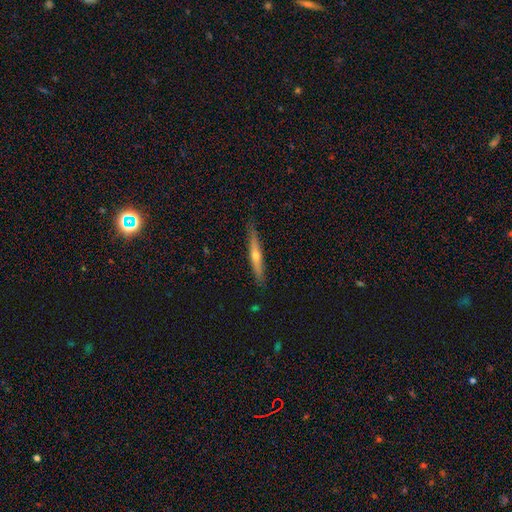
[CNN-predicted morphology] Overall: featured or disk (65%; smooth 29%). Edge-on disk: yes (96%). Edge-on bulge: rounded (81%). Merging: none (88%).